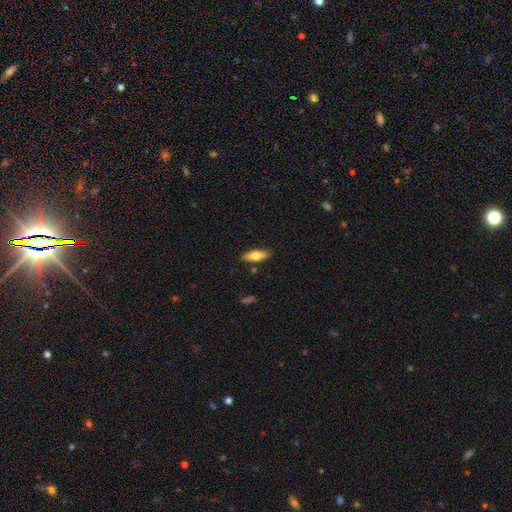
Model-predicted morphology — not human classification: smooth 73%, featured or disk 21%, star or artifact 6%. Down the decision tree: how rounded — in between (63%); merging — none (86%).